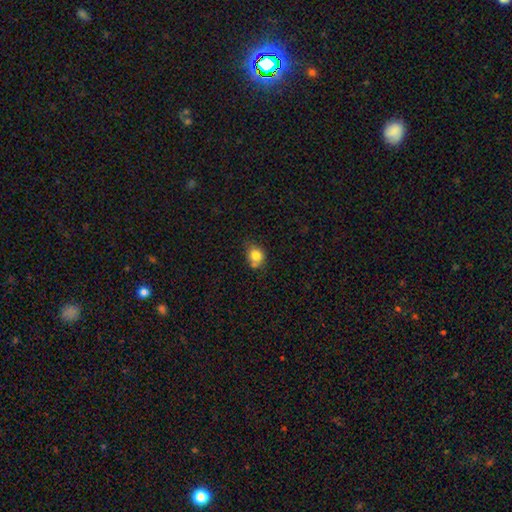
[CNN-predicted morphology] A smooth galaxy with no disk features (81%) that is round (58%).

Vote fractions:
- Smooth or featured? smooth: 81% / star or artifact: 10% / featured or disk: 9%
- How rounded? round: 58% / in between: 41% / cigar-shaped: 1%
- Merging? none: 56% / minor disturbance: 22% / merger: 16% / major disturbance: 5%